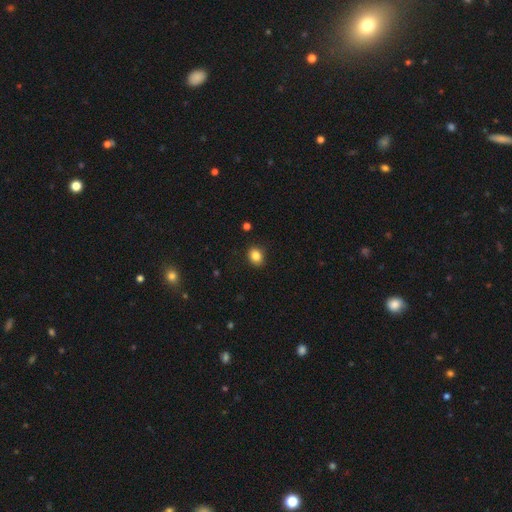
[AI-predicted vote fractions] A smooth galaxy with no disk features (84%) that is round (59%). Merging: none (89%).